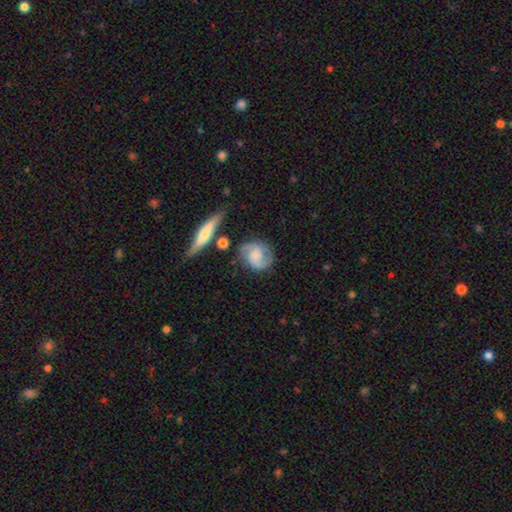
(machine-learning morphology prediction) smooth-or-featured: featured or disk: 77% | smooth: 18% | star or artifact: 6%
  disk-edge-on: no: 96% | yes: 4%
    bar: no: 58% | weak: 34% | strong: 9%
    has-spiral-arms: yes: 95% | no: 5%
      spiral-winding: medium: 49% | tight: 35% | loose: 16%
      spiral-arm-count: 2: 89% | can't tell: 5% | 1: 2% | 3: 2% | 4: 1% | more than 4: 1%
    bulge-size: none: 38% | moderate: 24% | small: 22% | large: 13% | dominant: 3%
  merging: none: 73% | minor disturbance: 16% | major disturbance: 6% | merger: 5%